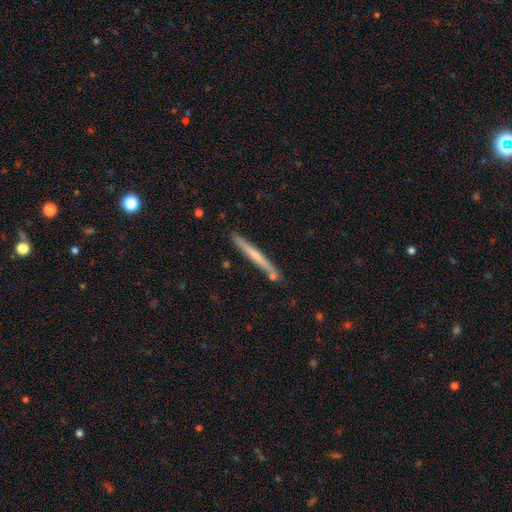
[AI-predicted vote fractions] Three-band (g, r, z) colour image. It shows a smooth galaxy with no disk features (52%) that is cigar-shaped (97%). Merging: none (84%).